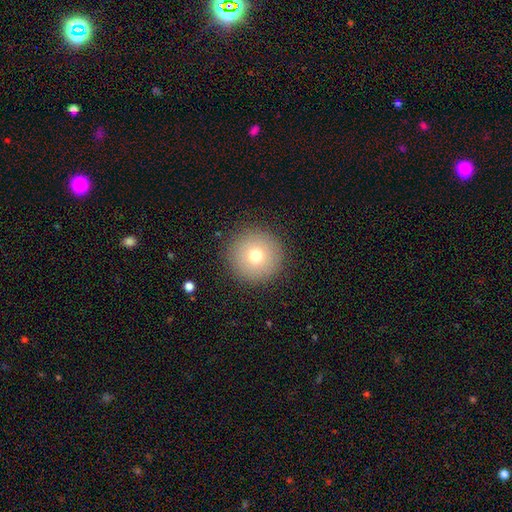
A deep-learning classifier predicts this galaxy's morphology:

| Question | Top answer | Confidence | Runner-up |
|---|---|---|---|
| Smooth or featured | smooth | 74% | featured or disk (14%) |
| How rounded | round | 97% | in between (2%) |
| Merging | none | 91% | minor disturbance (5%) |